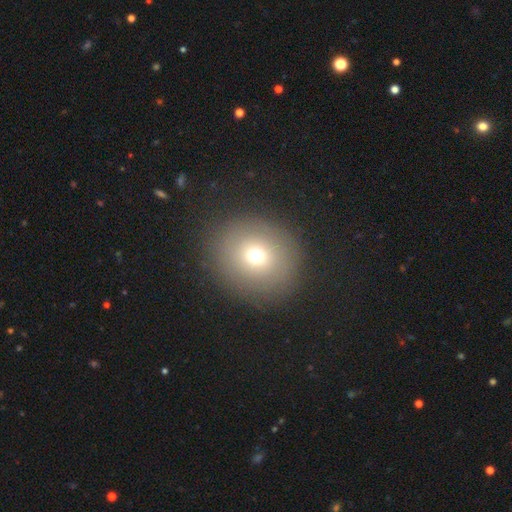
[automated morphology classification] The model was most divided on "smooth or featured": smooth: 69%, star or artifact: 16%, featured or disk: 15%. More confident: merging — none (88%); how rounded — round (85%).